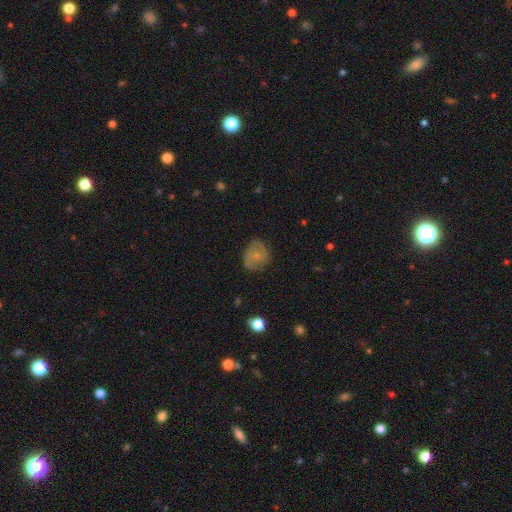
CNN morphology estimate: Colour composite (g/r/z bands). It shows a smooth galaxy with no disk features (52%) that is round (67%). Merging: none (70%).